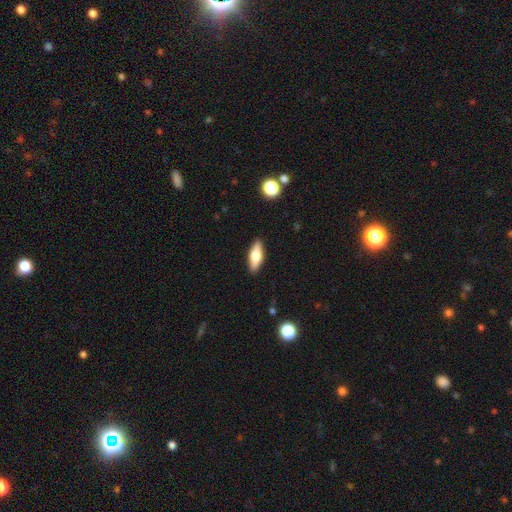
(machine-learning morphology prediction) Smooth or featured: smooth — 64% (featured or disk — 29%)
How rounded: in between — 64% (cigar-shaped — 33%)
Merging: none — 89% (minor disturbance — 8%)